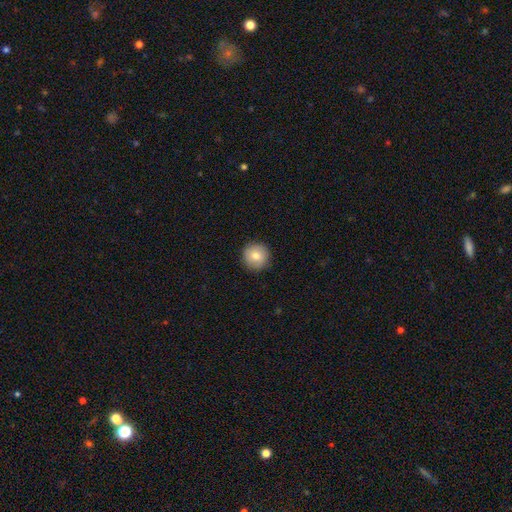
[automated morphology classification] Smooth or featured? smooth (79%)
How rounded? round (95%)
Merging? none (91%)